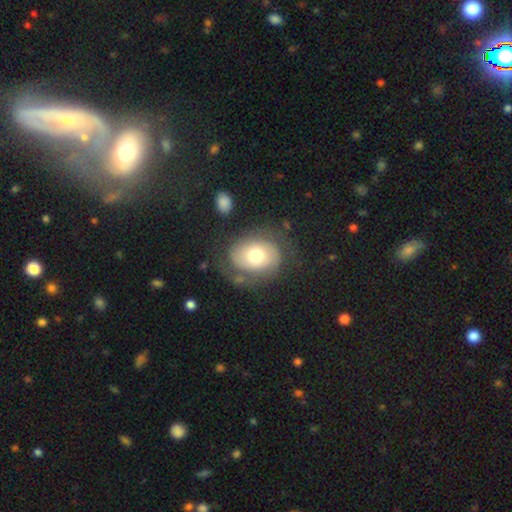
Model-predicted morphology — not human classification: A featured or disk galaxy (53%) with no bar (80%), spiral arms (75%) and a moderate central bulge (65%). Merging: none (62%).